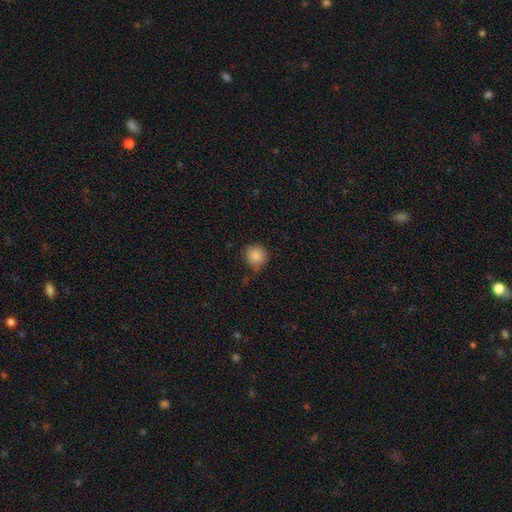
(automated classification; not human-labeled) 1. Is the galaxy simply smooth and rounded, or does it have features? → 85% smooth, 10% star or artifact, 5% featured or disk.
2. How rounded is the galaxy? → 88% round, 11% in between, 1% cigar-shaped.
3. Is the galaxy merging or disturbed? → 73% none, 21% minor disturbance, 4% major disturbance, 2% merger.